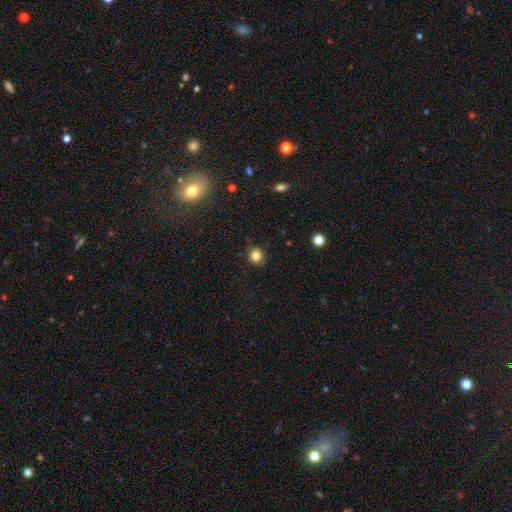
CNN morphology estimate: Overall: smooth (83%). How rounded: round (81%). Merging: none (86%).